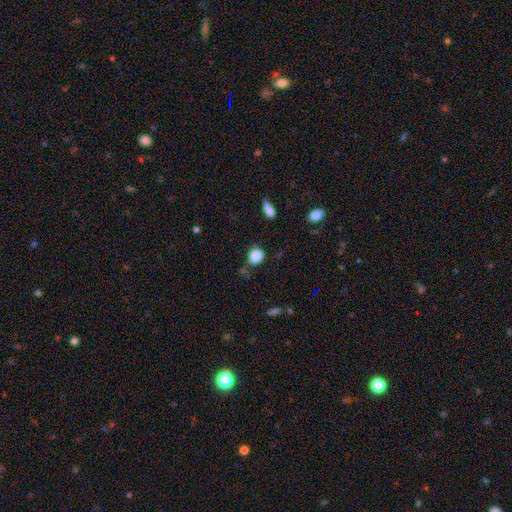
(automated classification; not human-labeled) Smooth or featured? smooth (85%)
How rounded? round (66%)
Merging? none (65%)